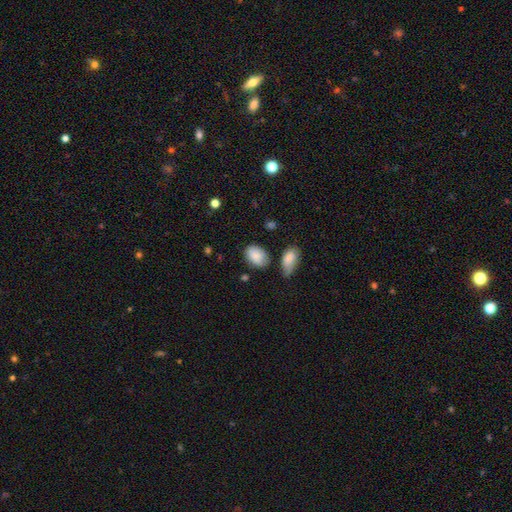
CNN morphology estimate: smooth 86%, featured or disk 7%, star or artifact 7%. Down the decision tree: how rounded — in between (84%); merging — none (63%).